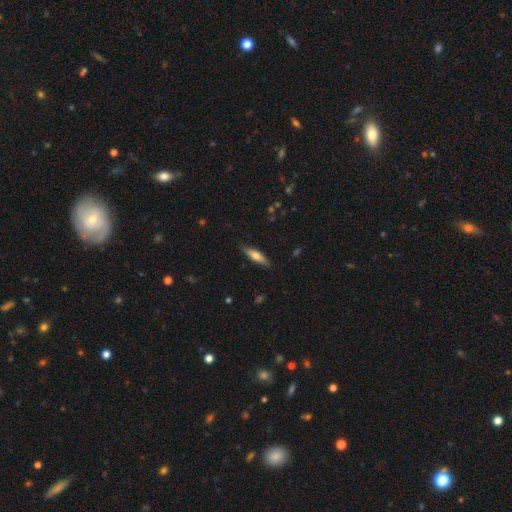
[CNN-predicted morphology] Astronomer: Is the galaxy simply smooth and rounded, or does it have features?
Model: smooth — 58% (runner-up: featured or disk, 36%).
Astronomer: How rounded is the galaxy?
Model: cigar-shaped — 72%.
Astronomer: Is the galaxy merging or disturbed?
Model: none — 86%.